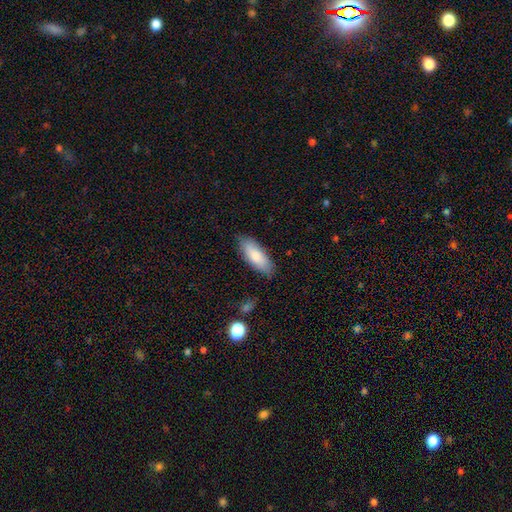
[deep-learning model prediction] This is likely a smooth galaxy (79%). How rounded: likely in between (71%). Merging: clearly none (83%).